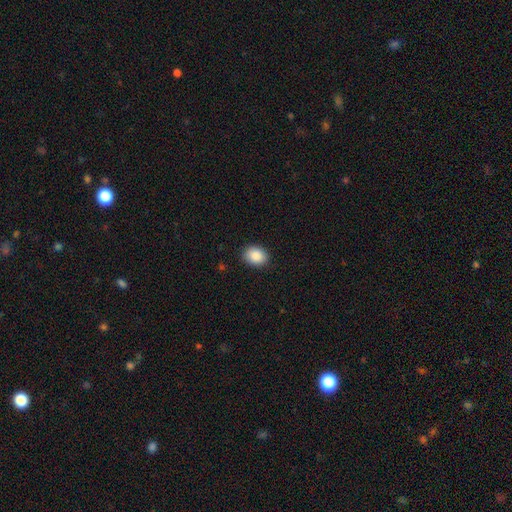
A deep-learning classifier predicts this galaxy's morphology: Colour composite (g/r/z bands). It shows a smooth galaxy with no disk features (89%) that is in between round and cigar-shaped (61%). Merging: none (89%).